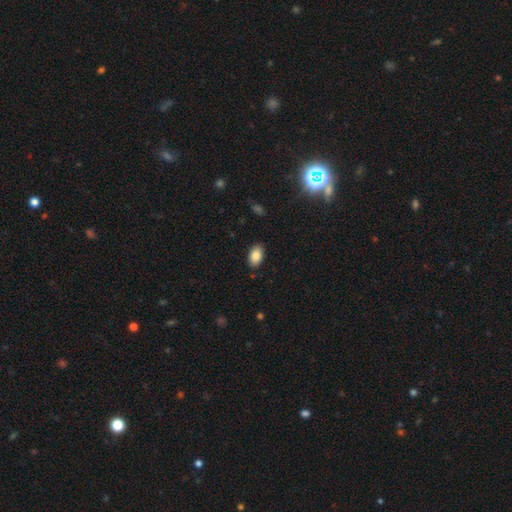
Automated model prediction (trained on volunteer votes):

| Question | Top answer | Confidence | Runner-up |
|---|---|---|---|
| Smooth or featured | smooth | 85% | star or artifact (8%) |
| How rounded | in between | 92% | round (6%) |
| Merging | none | 88% | minor disturbance (9%) |